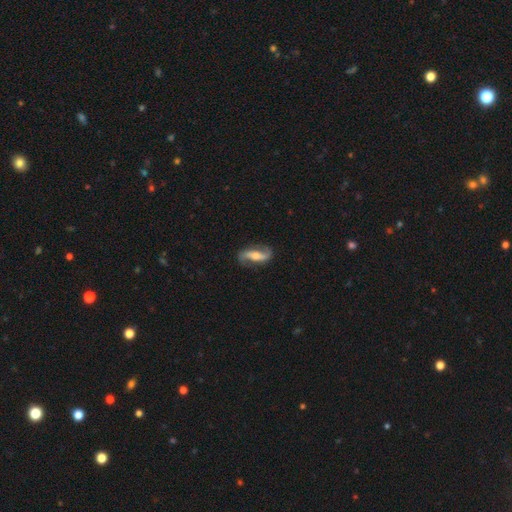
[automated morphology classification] A featured or disk galaxy (82%) with a strong bar (40%), 2 (92%) loose (63%) spiral arms (94%) and a moderate central bulge (57%). Merging: none (81%).